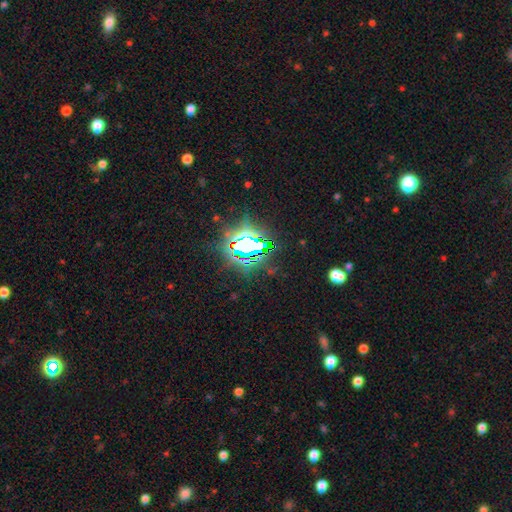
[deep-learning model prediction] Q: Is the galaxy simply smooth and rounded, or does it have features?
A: star or artifact — 82%.